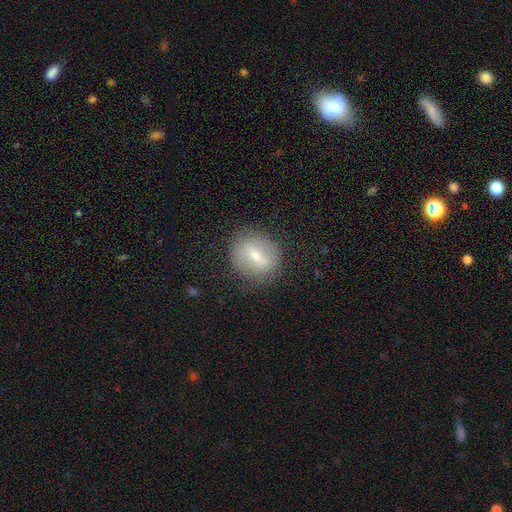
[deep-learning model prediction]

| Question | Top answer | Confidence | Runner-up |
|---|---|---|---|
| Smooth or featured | smooth | 52% | featured or disk (40%) |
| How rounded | round | 72% | in between (26%) |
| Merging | none | 81% | minor disturbance (13%) |